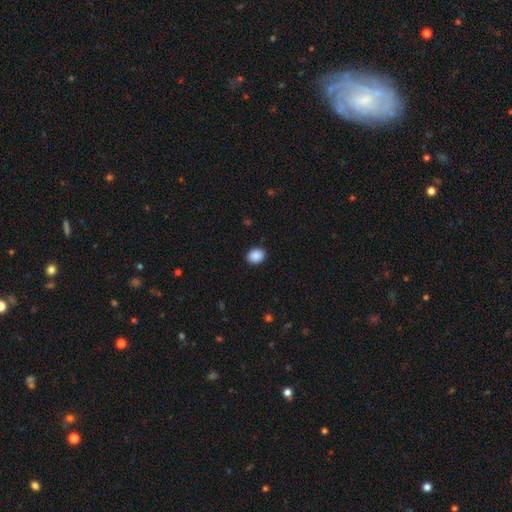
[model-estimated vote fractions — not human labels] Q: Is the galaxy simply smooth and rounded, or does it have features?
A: smooth — 89%.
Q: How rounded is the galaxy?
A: round — 53%.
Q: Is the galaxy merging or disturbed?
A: none — 90%.